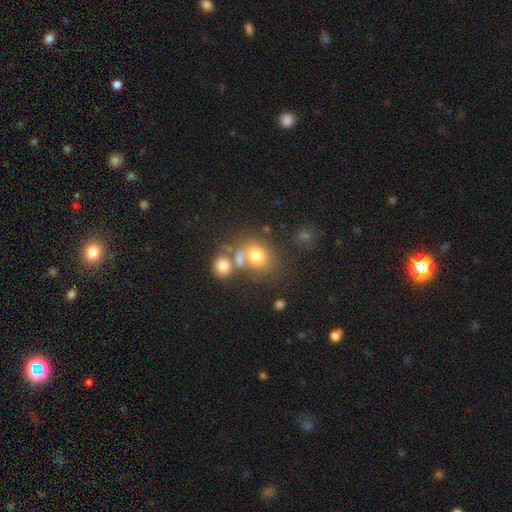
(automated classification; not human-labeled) The model was most divided on "merging": none: 46%, merger: 35%, minor disturbance: 12%, major disturbance: 8%. More confident: smooth or featured — smooth (71%); how rounded — round (61%).